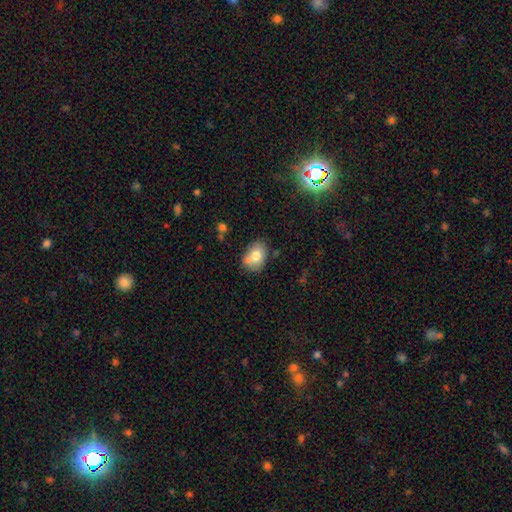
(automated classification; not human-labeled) This appears to be a smooth galaxy with no disk features (75%) that is in between round and cigar-shaped (69%). Merging: none (62%).